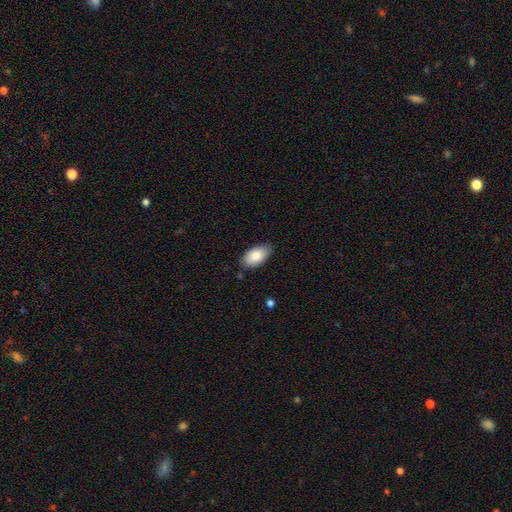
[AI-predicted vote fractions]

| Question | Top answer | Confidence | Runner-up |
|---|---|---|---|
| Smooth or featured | smooth | 84% | featured or disk (10%) |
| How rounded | in between | 95% | round (3%) |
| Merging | none | 80% | minor disturbance (16%) |